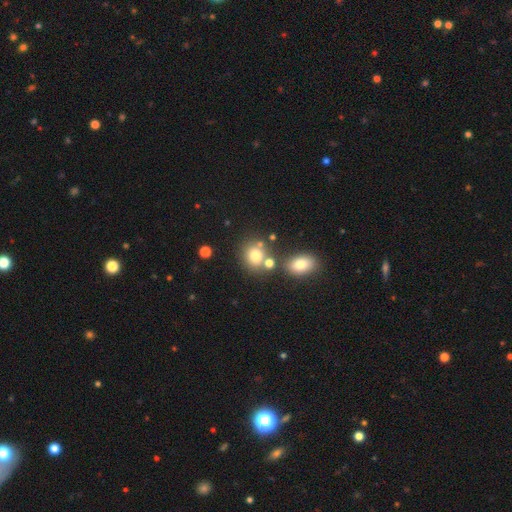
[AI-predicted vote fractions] Smooth or featured: smooth — 76% (star or artifact — 14%)
How rounded: round — 73% (in between — 26%)
Merging: none — 60% (merger — 25%)